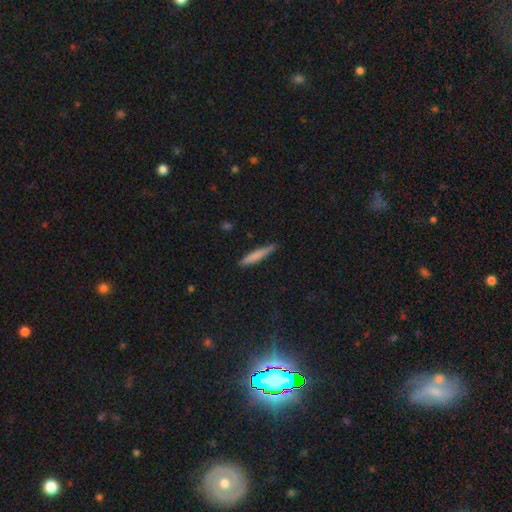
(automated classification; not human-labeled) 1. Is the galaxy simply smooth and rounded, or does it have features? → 74% smooth, 19% featured or disk, 6% star or artifact.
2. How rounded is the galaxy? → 93% cigar-shaped, 6% in between, 1% round.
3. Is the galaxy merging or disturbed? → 86% none, 10% minor disturbance, 2% major disturbance, 1% merger.